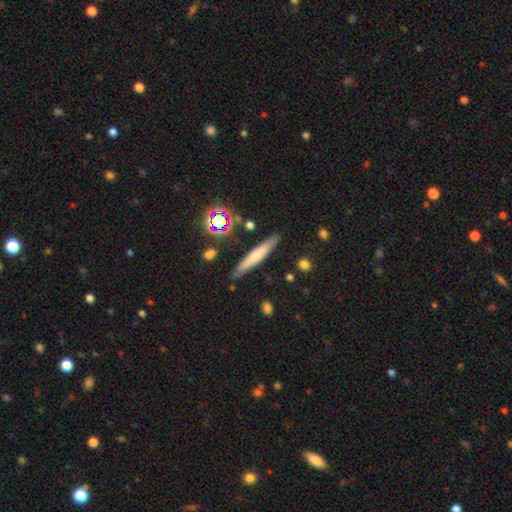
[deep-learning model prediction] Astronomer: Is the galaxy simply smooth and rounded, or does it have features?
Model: smooth — 53% (runner-up: featured or disk, 37%).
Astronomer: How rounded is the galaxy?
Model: cigar-shaped — 91%.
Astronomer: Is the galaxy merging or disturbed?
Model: none — 85%.